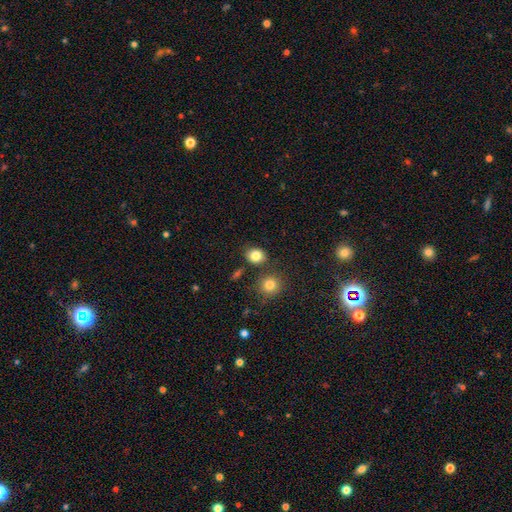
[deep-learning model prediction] A smooth galaxy with no disk features (83%) that is round (64%).

Vote fractions:
- Smooth or featured? smooth: 83% / star or artifact: 11% / featured or disk: 6%
- How rounded? round: 64% / in between: 35% / cigar-shaped: 1%
- Merging? none: 79% / minor disturbance: 10% / merger: 8% / major disturbance: 3%